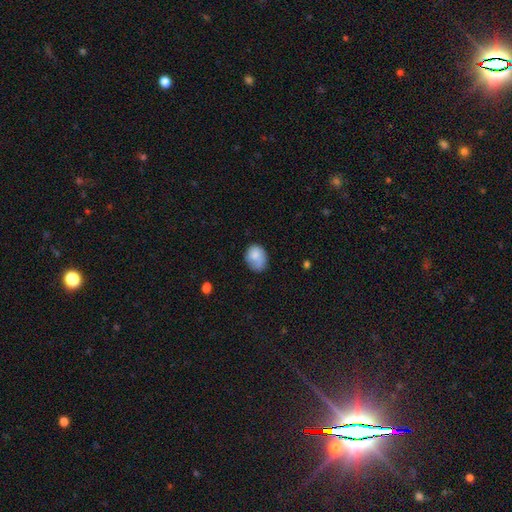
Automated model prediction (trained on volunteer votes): Overall: smooth (79%). How rounded: in between (57%; round 42%). Merging: none (50%; minor disturbance 33%).